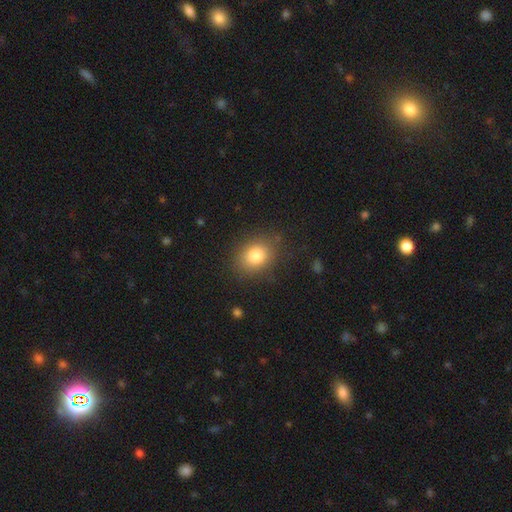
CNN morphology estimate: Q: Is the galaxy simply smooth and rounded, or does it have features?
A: smooth — 81%.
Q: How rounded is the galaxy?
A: in between — 50%.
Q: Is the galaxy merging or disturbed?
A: none — 82%.